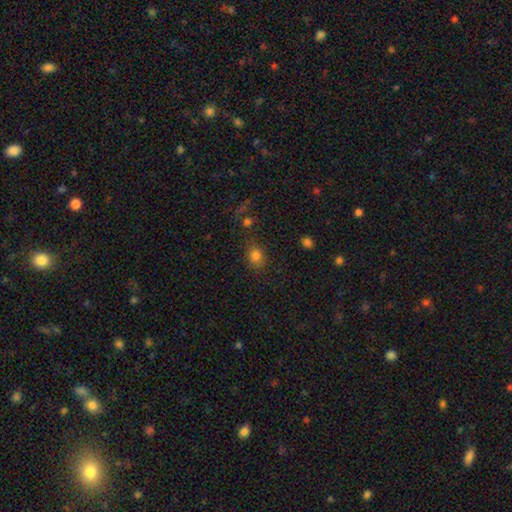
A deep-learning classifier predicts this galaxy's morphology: Q: Smooth or featured?
A: smooth (79%); runner-up: star or artifact (15%)
Q: How rounded?
A: round (57%); runner-up: in between (42%)
Q: Merging?
A: none (75%); runner-up: minor disturbance (14%)